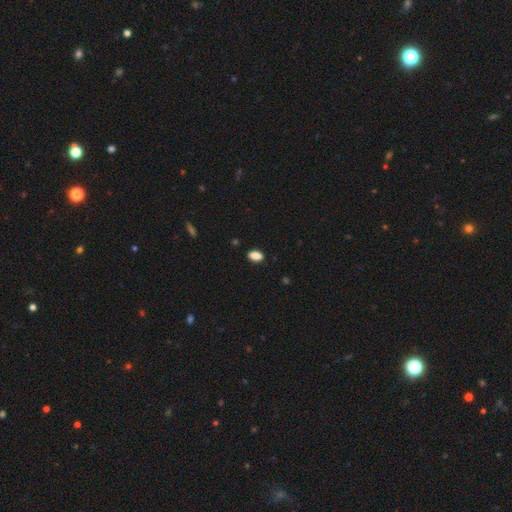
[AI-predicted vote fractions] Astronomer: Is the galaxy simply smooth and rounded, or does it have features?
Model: smooth — 87%.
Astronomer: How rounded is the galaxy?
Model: in between — 90%.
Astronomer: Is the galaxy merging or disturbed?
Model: none — 88%.